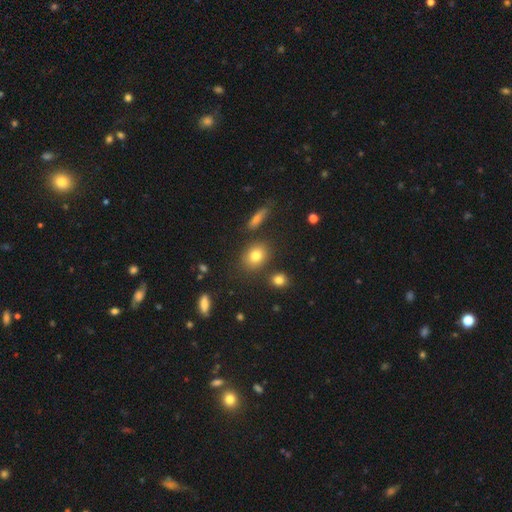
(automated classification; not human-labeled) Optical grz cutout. It shows a smooth galaxy with no disk features (80%) that is in between round and cigar-shaped (55%). Merging: none (79%).